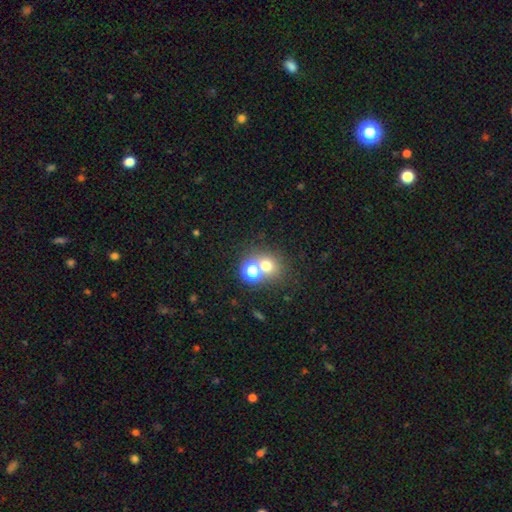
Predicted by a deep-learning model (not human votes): The model was most divided on "smooth or featured": smooth: 51%, star or artifact: 37%, featured or disk: 12%. More confident: how rounded — round (79%); merging — none (59%).